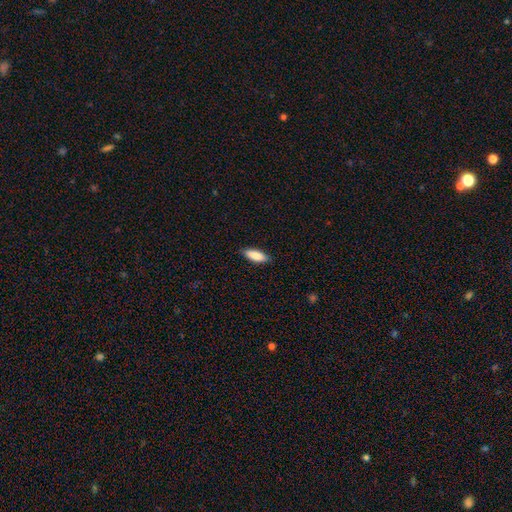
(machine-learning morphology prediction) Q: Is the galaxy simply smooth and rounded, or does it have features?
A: smooth — 85%.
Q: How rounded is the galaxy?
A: in between — 68%.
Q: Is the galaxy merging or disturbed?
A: none — 86%.